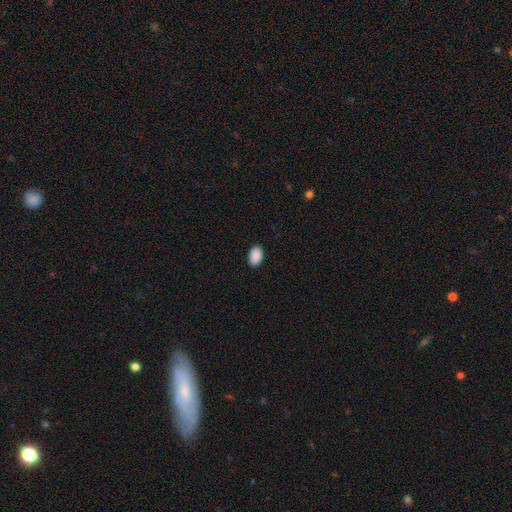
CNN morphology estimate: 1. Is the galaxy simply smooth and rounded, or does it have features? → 91% smooth, 7% star or artifact, 2% featured or disk.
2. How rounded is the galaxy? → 92% in between, 7% round, 1% cigar-shaped.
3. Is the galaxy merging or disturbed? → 89% none, 8% minor disturbance, 2% major disturbance, 1% merger.